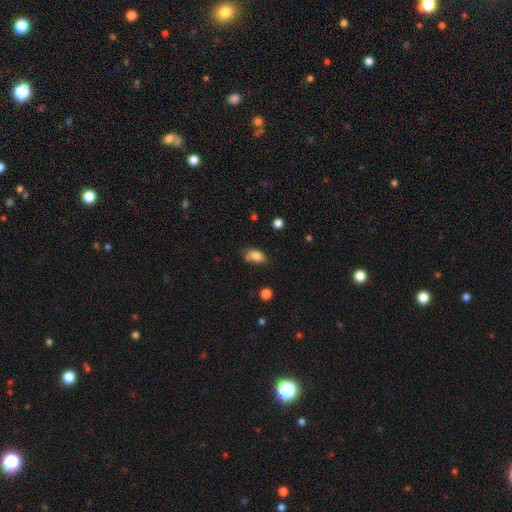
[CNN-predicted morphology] This is clearly a smooth galaxy (84%). How rounded: clearly in between (88%). Merging: likely none (64%).